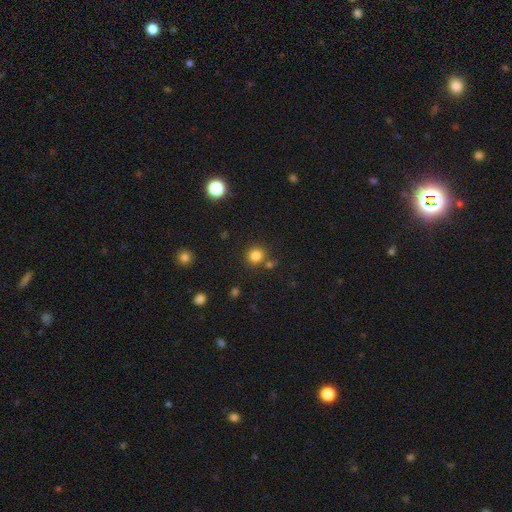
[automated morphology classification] A smooth galaxy with no disk features (83%) that is round (89%). Merging: none (81%).